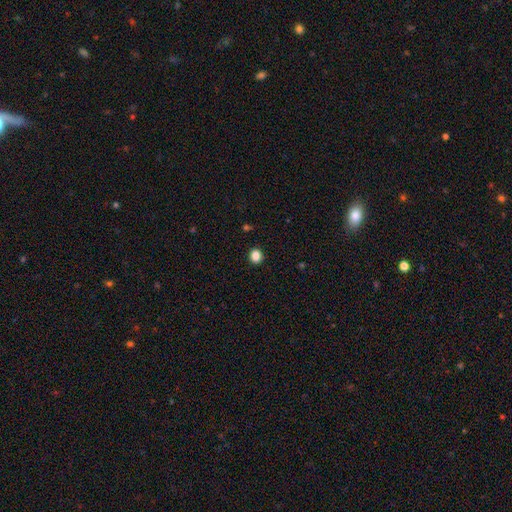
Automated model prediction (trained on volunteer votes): The model was most divided on "how rounded": round: 79%, in between: 20%, cigar-shaped: 1%. More confident: merging — none (92%); smooth or featured — smooth (86%).